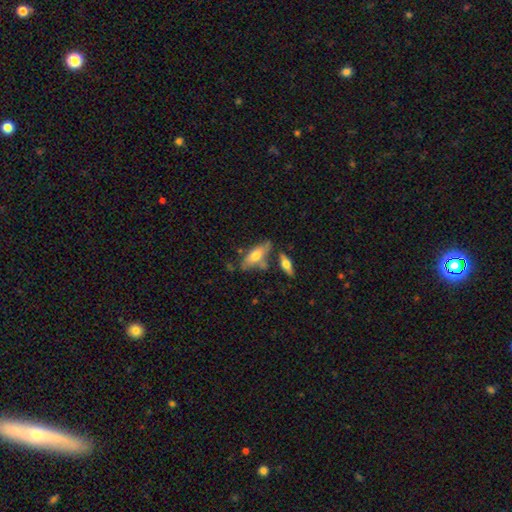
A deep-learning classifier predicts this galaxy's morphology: Q: Smooth or featured?
A: smooth (59%); runner-up: featured or disk (35%)
Q: How rounded?
A: in between (61%); runner-up: cigar-shaped (37%)
Q: Merging?
A: none (59%); runner-up: merger (19%)